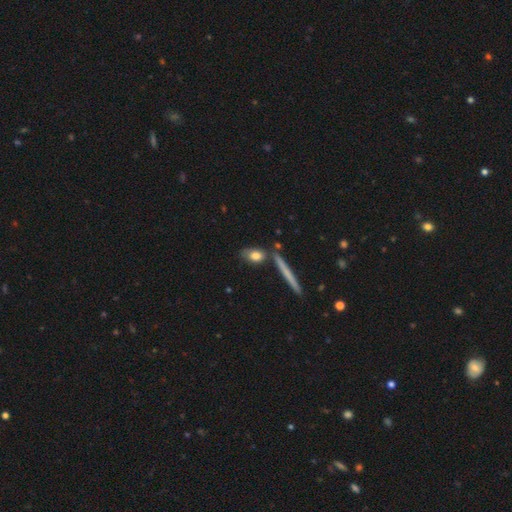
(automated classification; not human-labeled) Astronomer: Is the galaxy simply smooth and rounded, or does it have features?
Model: smooth — 76%.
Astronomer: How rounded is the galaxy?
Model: in between — 67%.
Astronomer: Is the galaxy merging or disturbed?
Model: none — 69%.